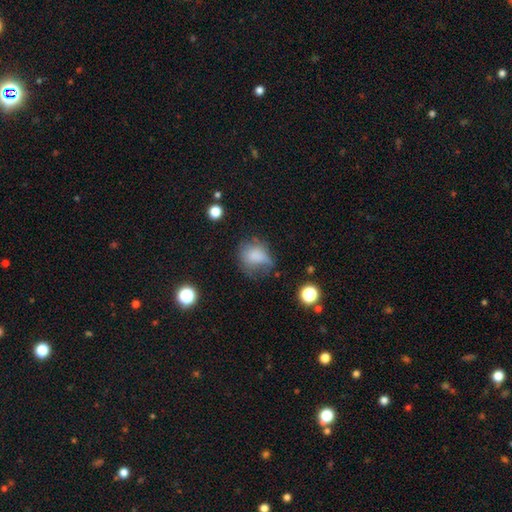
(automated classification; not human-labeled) smooth 73%, featured or disk 16%, star or artifact 11%. Down the decision tree: how rounded — round (54%); merging — none (37%).